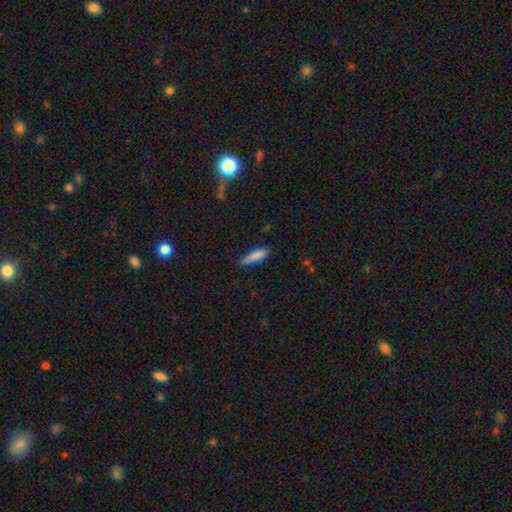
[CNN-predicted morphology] This is clearly a smooth galaxy (82%). How rounded: likely cigar-shaped (73%). Merging: likely none (74%).